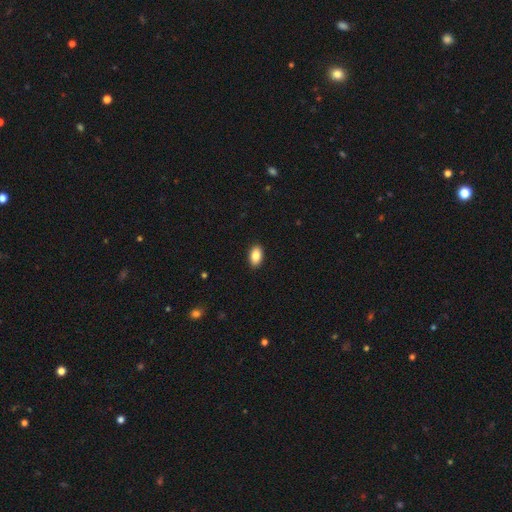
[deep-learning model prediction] A smooth galaxy with no disk features (86%) that is in between round and cigar-shaped (92%). Merging: none (90%).